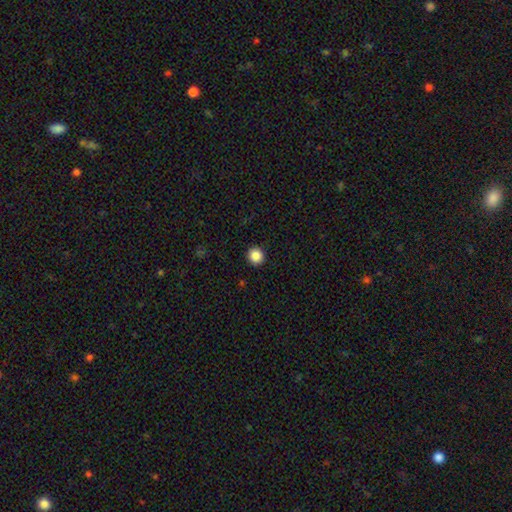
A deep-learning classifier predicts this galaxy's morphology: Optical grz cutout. It shows a smooth galaxy with no disk features (87%) that is round (94%). Merging: none (93%).